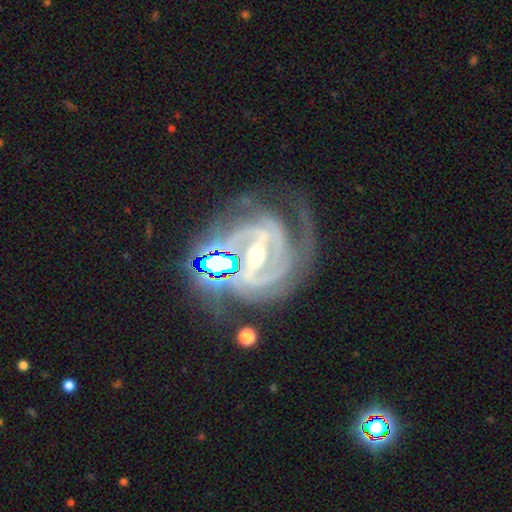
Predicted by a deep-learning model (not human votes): A featured or disk galaxy (90%) with a strong bar (70%), 2 (42%) tight (60%) spiral arms (98%) and a small central bulge (49%). Merging: none (57%).